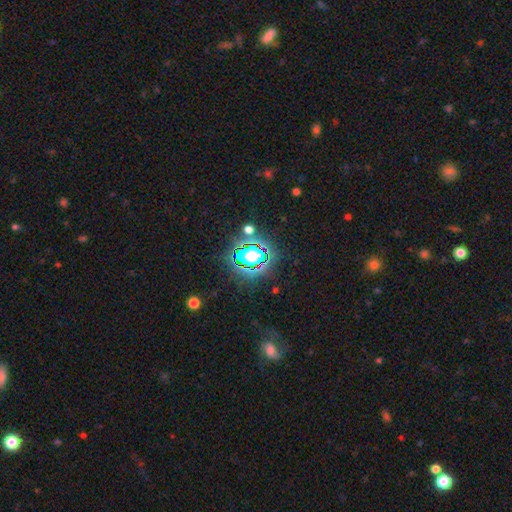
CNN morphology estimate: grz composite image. It shows a star or artifact, not a galaxy (75%).